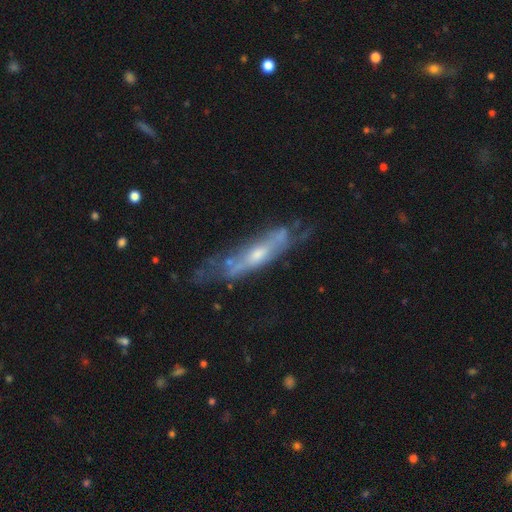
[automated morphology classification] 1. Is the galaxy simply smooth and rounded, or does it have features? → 70% featured or disk, 22% smooth, 7% star or artifact.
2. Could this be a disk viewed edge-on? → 52% no, 48% yes.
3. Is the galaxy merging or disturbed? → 54% none, 26% minor disturbance, 15% major disturbance, 4% merger.